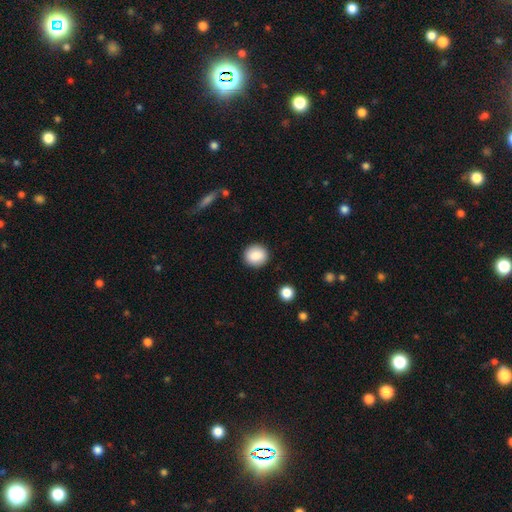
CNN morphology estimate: type=smooth (87%); roundness=round (86%); merging=none (91%).